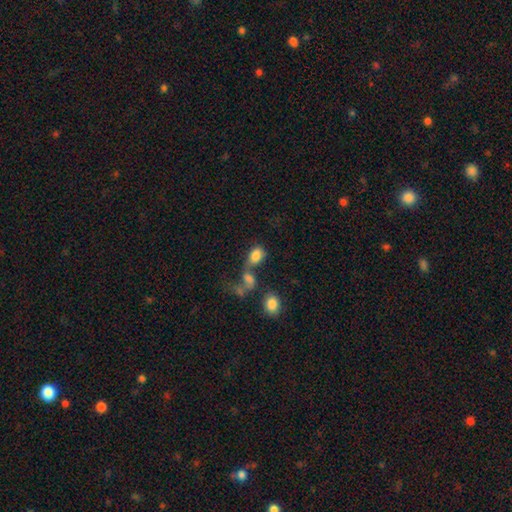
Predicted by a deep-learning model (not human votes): Morphology: type=smooth (78%); roundness=in between (82%); merging=merger (49%).